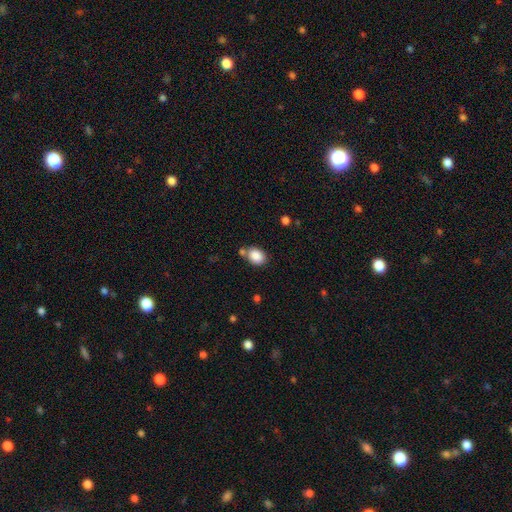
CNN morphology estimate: Overall: smooth (87%). How rounded: in between (69%; round 30%). Merging: none (67%).